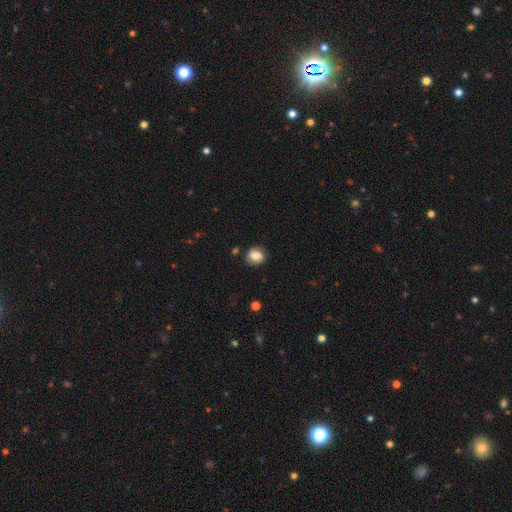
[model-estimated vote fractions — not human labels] Morphology: type=smooth (79%); roundness=round (68%); merging=none (82%).